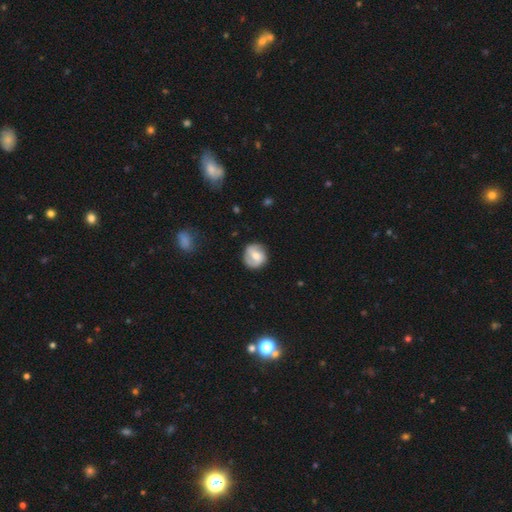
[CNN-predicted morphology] This is possibly a featured or disk galaxy (52%). It is clearly not viewed edge-on (97%). Merging: likely none (80%).